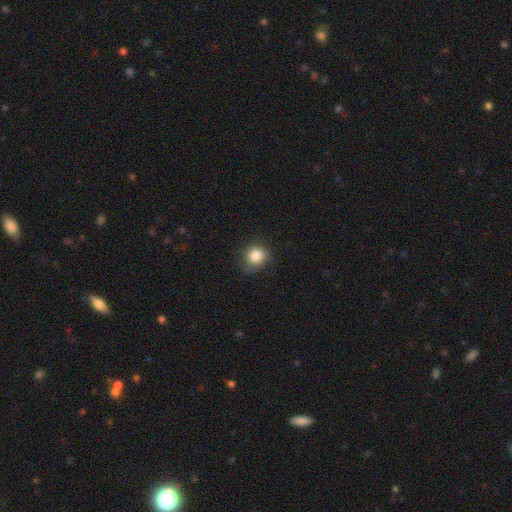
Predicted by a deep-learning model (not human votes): Smooth or featured? smooth (85%)
How rounded? round (81%)
Merging? none (72%)